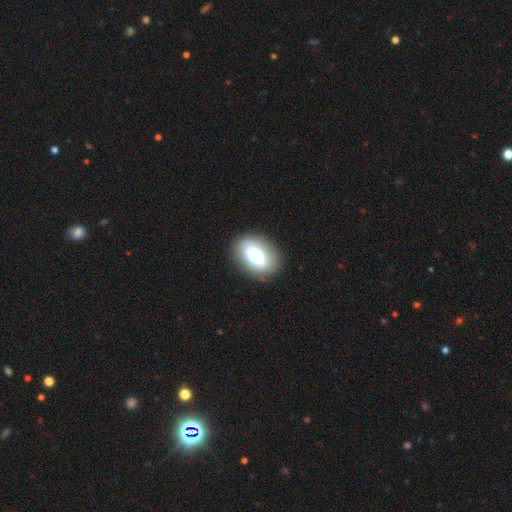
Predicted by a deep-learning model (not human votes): Smooth or featured? Predicted: smooth (p=0.74). How rounded? Predicted: in between (p=0.84). Merging? Predicted: none (p=0.86).